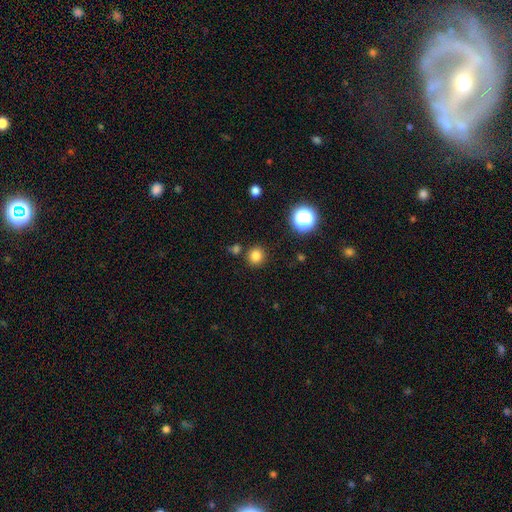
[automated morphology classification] Overall: smooth (81%). How rounded: round (93%). Merging: none (86%).